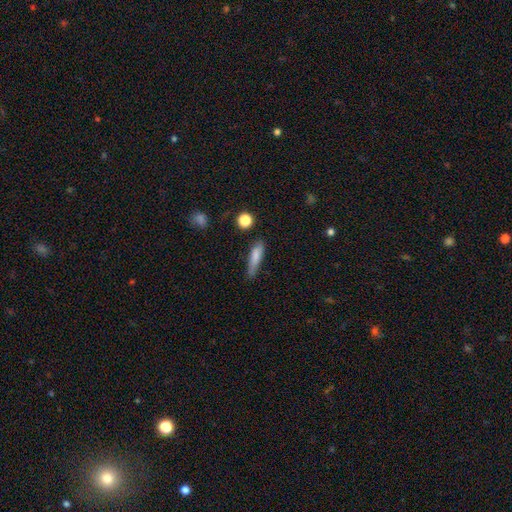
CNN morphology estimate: Smooth or featured? smooth (78%)
How rounded? cigar-shaped (75%)
Merging? none (64%)